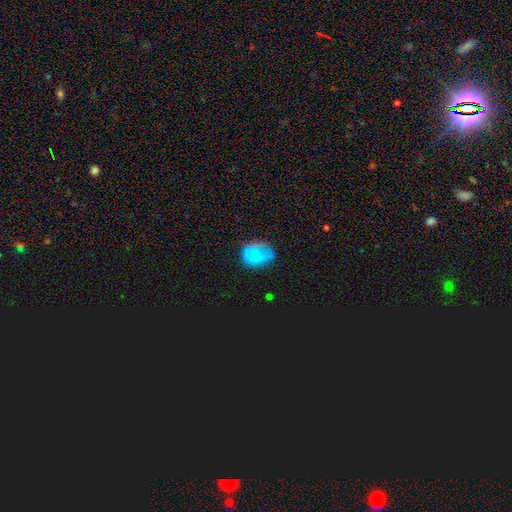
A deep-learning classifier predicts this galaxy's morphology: Smooth or featured?
  - smooth: 55% *
  - featured or disk: 23%
  - star or artifact: 22%
How rounded?
  - round: 54% *
  - in between: 44%
  - cigar-shaped: 2%
Merging?
  - none: 57% *
  - minor disturbance: 24%
  - major disturbance: 14%
  - merger: 4%